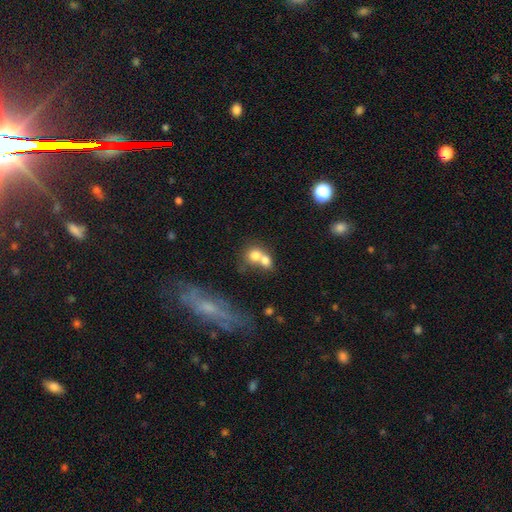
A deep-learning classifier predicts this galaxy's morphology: smooth 72%, featured or disk 18%, star or artifact 10%. Down the decision tree: how rounded — round (64%); merging — merger (65%).